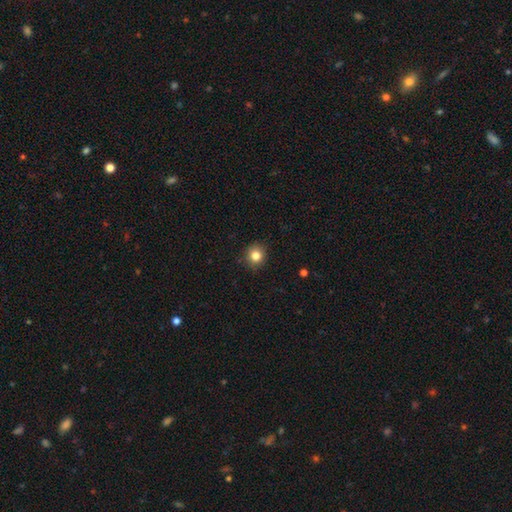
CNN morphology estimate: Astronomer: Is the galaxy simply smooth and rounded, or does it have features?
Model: smooth — 83%.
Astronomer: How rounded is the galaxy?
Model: round — 88%.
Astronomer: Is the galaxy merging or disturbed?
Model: none — 89%.